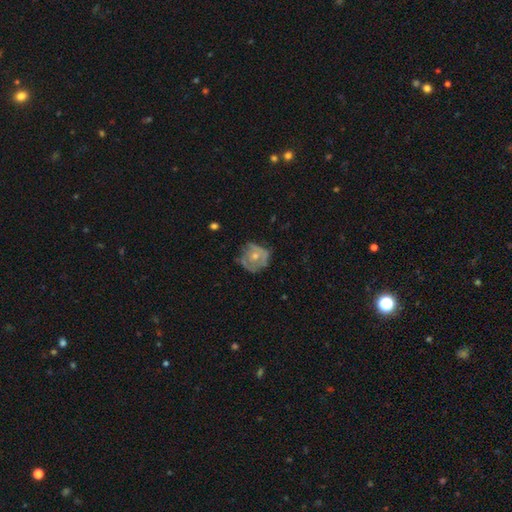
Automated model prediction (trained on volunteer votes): This appears to be a featured or disk galaxy (55%) with no bar (87%), no spiral arms (56%) and a moderate central bulge (54%). Merging: none (50%).